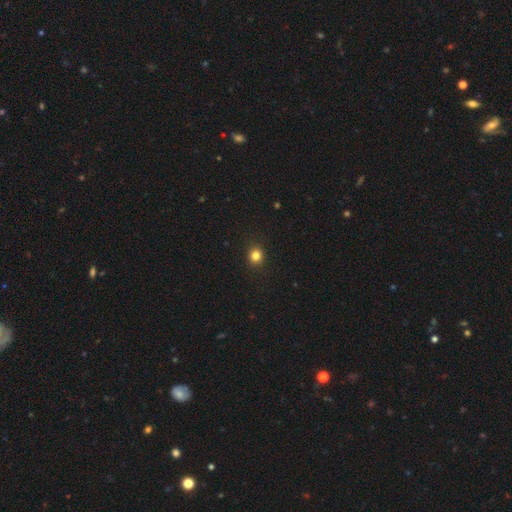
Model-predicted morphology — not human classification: The model was most divided on "smooth or featured": smooth: 82%, star or artifact: 13%, featured or disk: 5%. More confident: merging — none (92%); how rounded — round (85%).